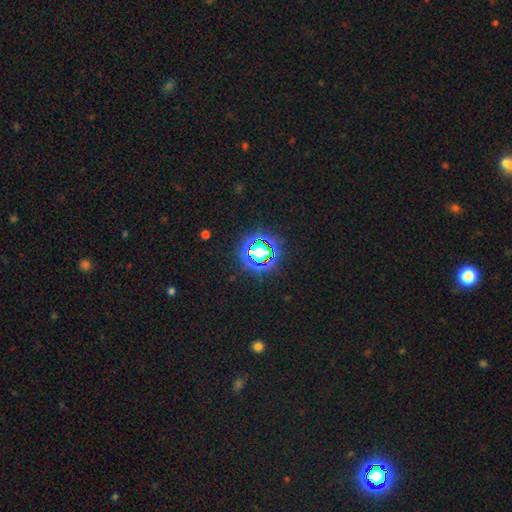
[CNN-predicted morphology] A star or artifact, not a galaxy (79%).